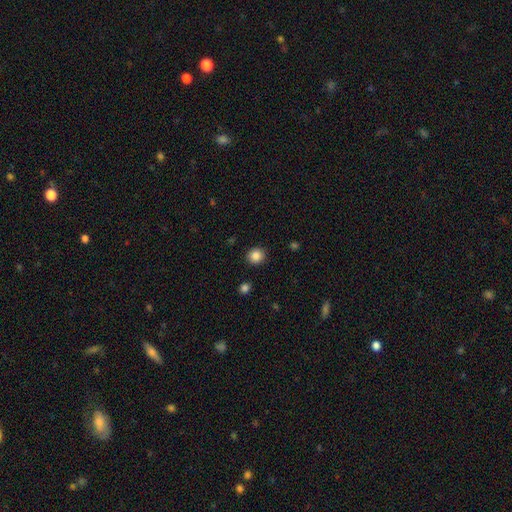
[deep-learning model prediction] A smooth galaxy with no disk features (86%) that is round (86%).

Vote fractions:
- Smooth or featured? smooth: 86% / star or artifact: 10% / featured or disk: 4%
- How rounded? round: 86% / in between: 13% / cigar-shaped: 1%
- Merging? none: 91% / minor disturbance: 6% / major disturbance: 2% / merger: 1%